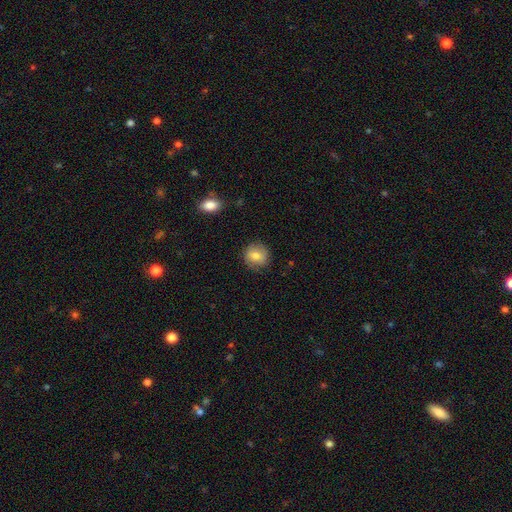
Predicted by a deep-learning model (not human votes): The model was most divided on "smooth or featured": smooth: 77%, featured or disk: 14%, star or artifact: 8%. More confident: how rounded — round (88%); merging — none (84%).